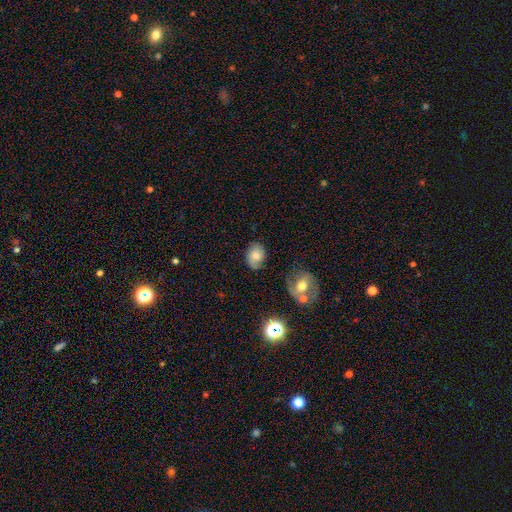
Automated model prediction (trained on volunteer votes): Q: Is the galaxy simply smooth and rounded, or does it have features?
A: smooth — 68%.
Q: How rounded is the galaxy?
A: in between — 71%.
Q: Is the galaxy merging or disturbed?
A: none — 64%.